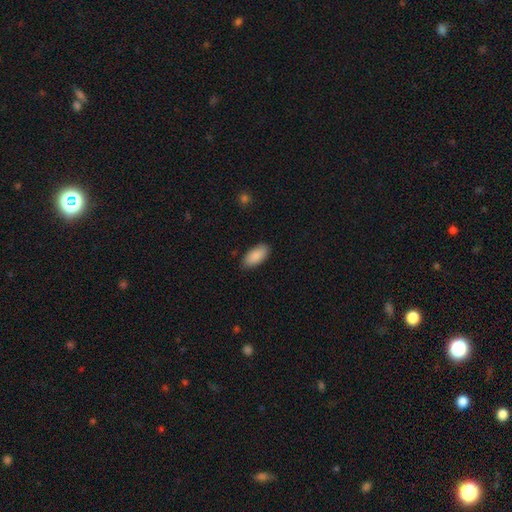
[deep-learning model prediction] Smooth or featured? smooth (90%)
How rounded? in between (92%)
Merging? none (86%)